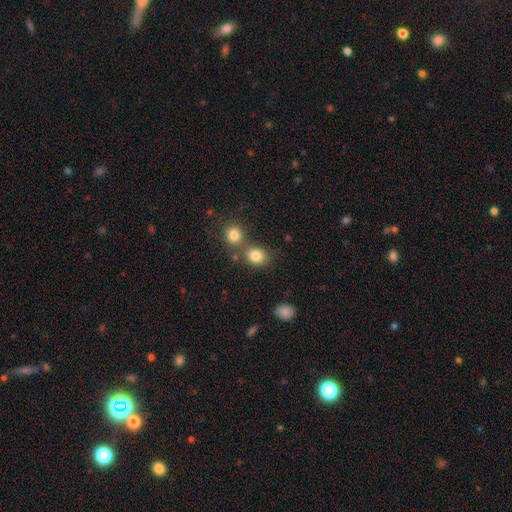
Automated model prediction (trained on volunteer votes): Morphology: type=smooth (83%); roundness=round (64%); merging=none (58%).